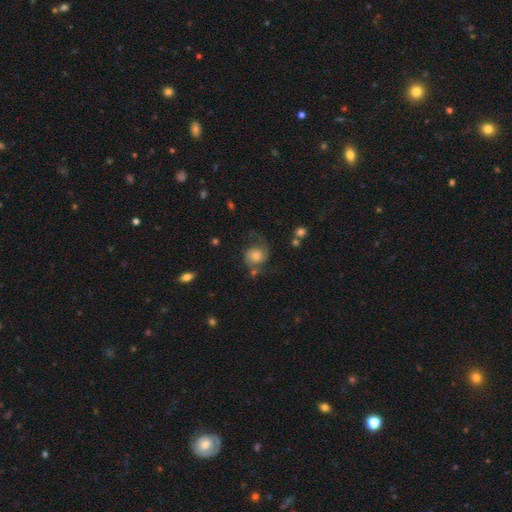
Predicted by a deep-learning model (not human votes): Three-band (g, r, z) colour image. It shows a featured or disk galaxy (46%). Merging: none (55%).